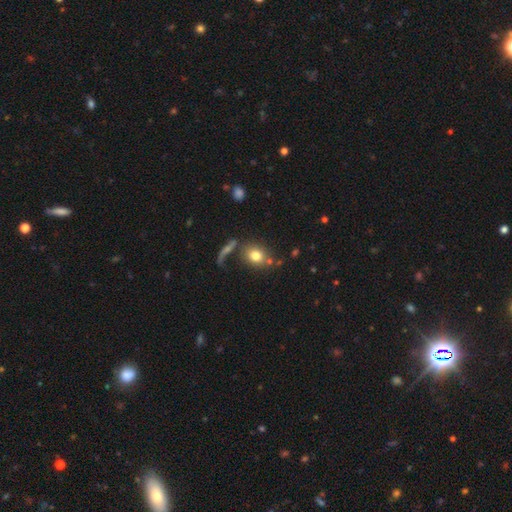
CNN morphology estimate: smooth-or-featured: smooth: 78% | featured or disk: 12% | star or artifact: 10%
  how-rounded: round: 63% | in between: 35% | cigar-shaped: 2%
  merging: none: 67% | merger: 13% | minor disturbance: 13% | major disturbance: 7%